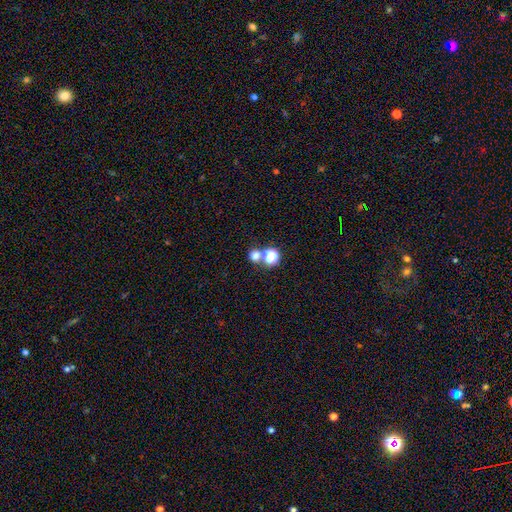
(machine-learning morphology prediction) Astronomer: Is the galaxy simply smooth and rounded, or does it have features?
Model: smooth — 71%.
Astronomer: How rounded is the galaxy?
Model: round — 85%.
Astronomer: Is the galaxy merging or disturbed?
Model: none — 57% (runner-up: merger, 33%).